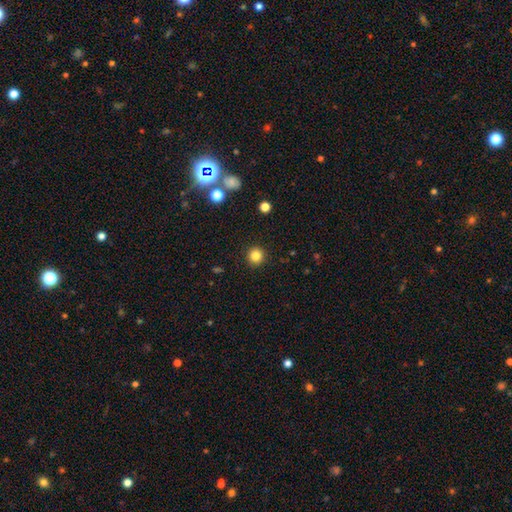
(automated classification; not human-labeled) smooth-or-featured: smooth: 83% | star or artifact: 12% | featured or disk: 5%
  how-rounded: round: 95% | in between: 4% | cigar-shaped: 1%
  merging: none: 92% | minor disturbance: 5% | major disturbance: 2% | merger: 1%